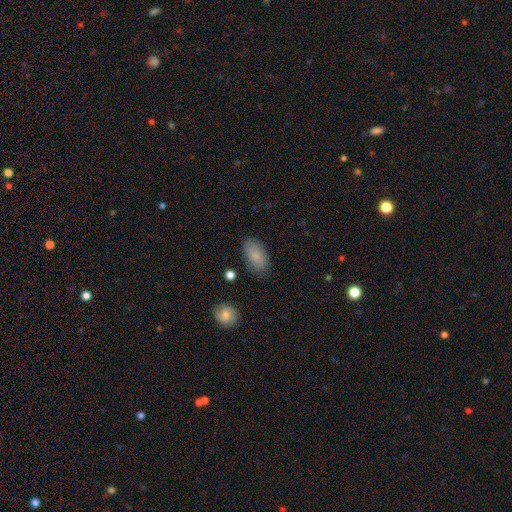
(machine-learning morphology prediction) Smooth or featured? smooth (85%)
How rounded? in between (93%)
Merging? none (82%)